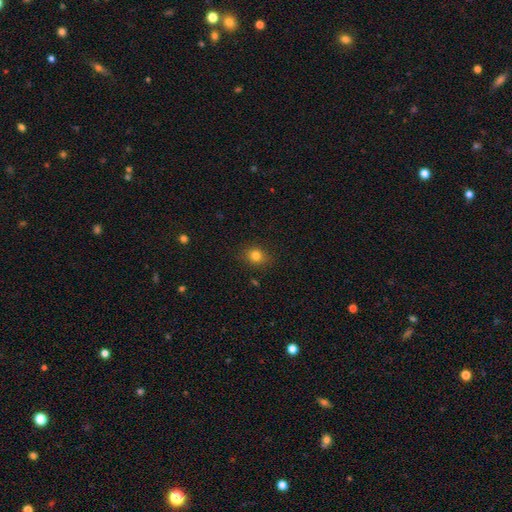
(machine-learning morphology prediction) Smooth or featured: smooth — 81% (star or artifact — 13%)
How rounded: round — 69% (in between — 30%)
Merging: none — 86% (minor disturbance — 10%)